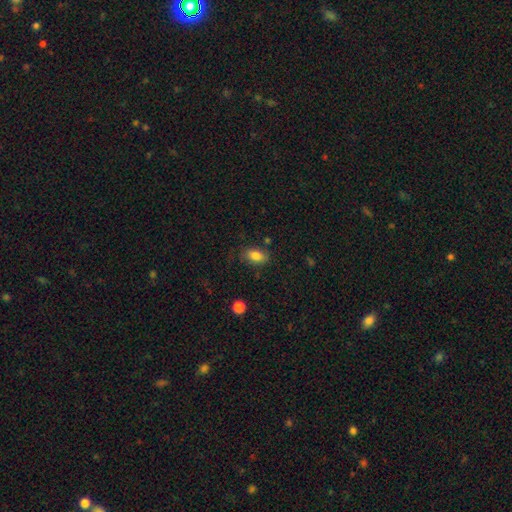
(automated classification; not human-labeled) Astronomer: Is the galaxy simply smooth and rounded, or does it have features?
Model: smooth — 83%.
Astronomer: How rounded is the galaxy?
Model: in between — 89%.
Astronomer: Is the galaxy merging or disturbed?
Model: none — 77%.